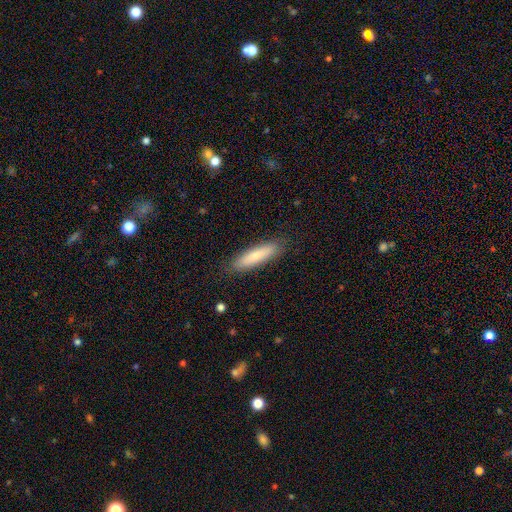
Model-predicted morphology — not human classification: This is likely a smooth galaxy (78%). How rounded: likely cigar-shaped (76%). Merging: clearly none (87%).